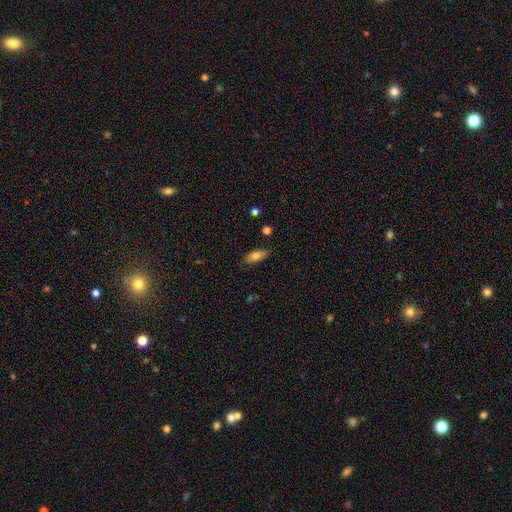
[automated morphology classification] smooth-or-featured: smooth: 77% | featured or disk: 15% | star or artifact: 8%
  how-rounded: in between: 81% | cigar-shaped: 16% | round: 3%
  merging: none: 82% | minor disturbance: 14% | major disturbance: 3% | merger: 2%